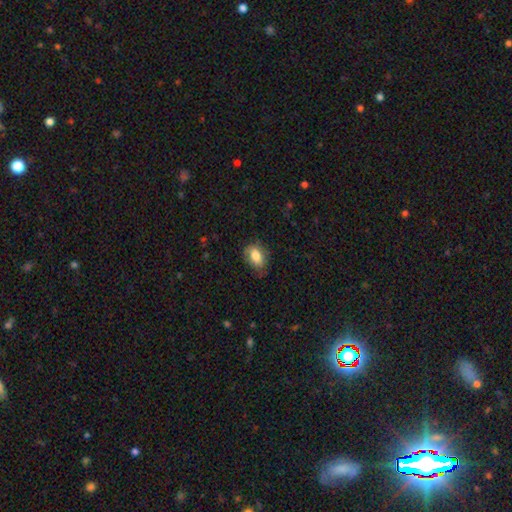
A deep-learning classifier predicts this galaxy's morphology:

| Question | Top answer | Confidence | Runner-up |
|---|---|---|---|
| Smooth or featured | smooth | 79% | featured or disk (13%) |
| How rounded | in between | 81% | round (17%) |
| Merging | none | 69% | minor disturbance (24%) |